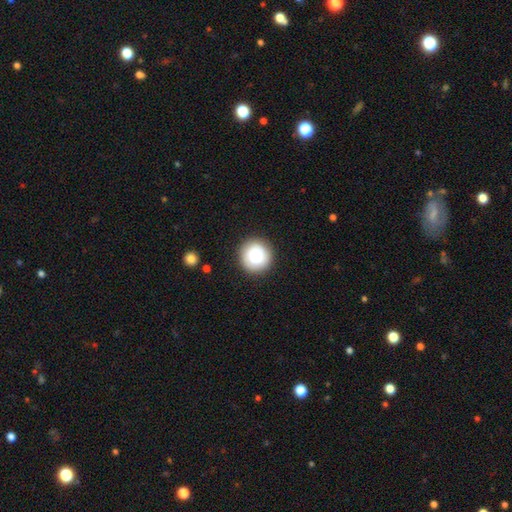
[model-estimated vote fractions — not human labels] Morphology: type=smooth (83%); roundness=round (94%); merging=none (90%).